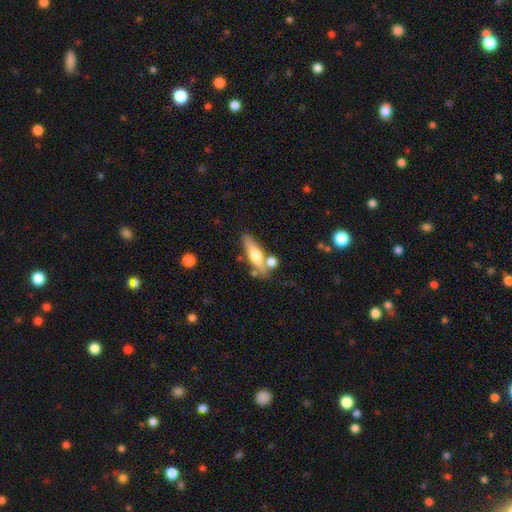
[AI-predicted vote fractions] smooth-or-featured: smooth: 49% | featured or disk: 45% | star or artifact: 7%
  merging: none: 66% | merger: 17% | minor disturbance: 13% | major disturbance: 4%